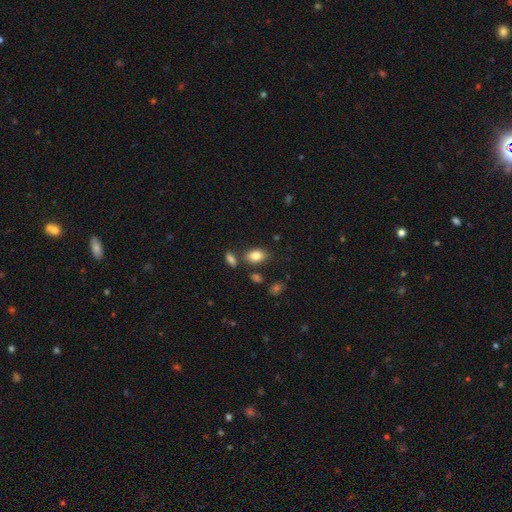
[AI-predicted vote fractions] smooth-or-featured: smooth: 83% | star or artifact: 9% | featured or disk: 8%
  how-rounded: in between: 88% | round: 10% | cigar-shaped: 2%
  merging: none: 74% | minor disturbance: 13% | merger: 10% | major disturbance: 4%